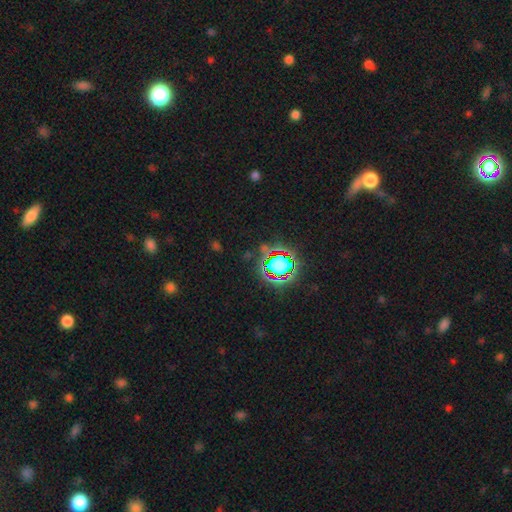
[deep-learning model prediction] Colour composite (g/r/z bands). It shows a star or artifact, not a galaxy (76%).